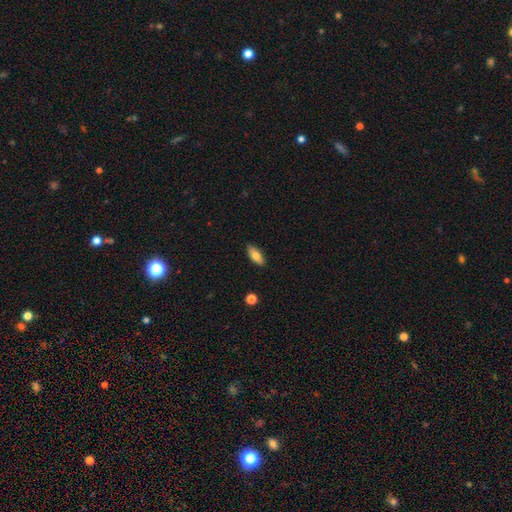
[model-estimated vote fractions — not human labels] Smooth or featured? smooth (78%)
How rounded? in between (83%)
Merging? none (88%)